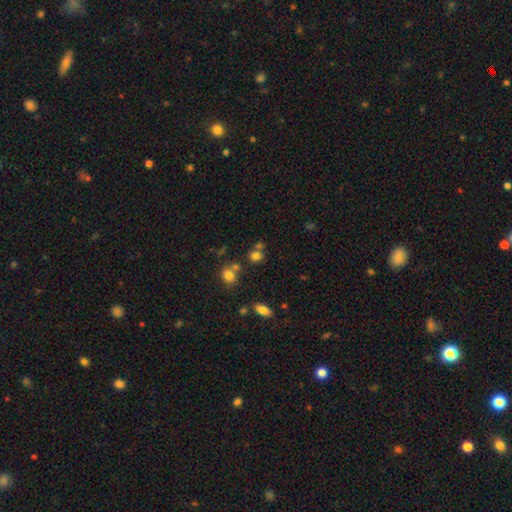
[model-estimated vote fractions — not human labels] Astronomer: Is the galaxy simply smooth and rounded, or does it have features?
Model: smooth — 75%.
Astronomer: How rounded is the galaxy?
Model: round — 77%.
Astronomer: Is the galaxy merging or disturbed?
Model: none — 58%.